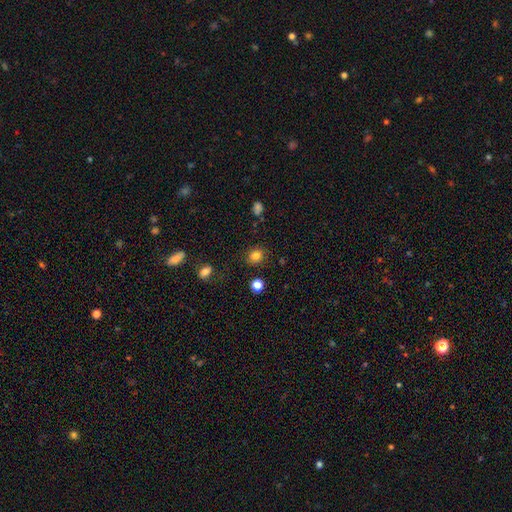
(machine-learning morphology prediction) A smooth galaxy with no disk features (83%) that is round (80%).

Vote fractions:
- Smooth or featured? smooth: 83% / star or artifact: 12% / featured or disk: 5%
- How rounded? round: 80% / in between: 19% / cigar-shaped: 1%
- Merging? none: 87% / minor disturbance: 8% / major disturbance: 3% / merger: 2%